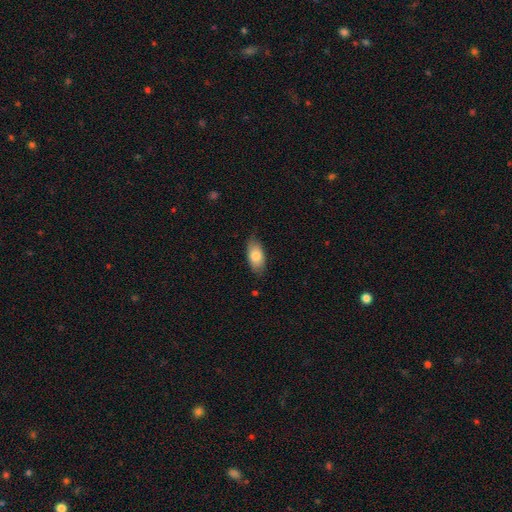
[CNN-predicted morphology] Smooth or featured? smooth (80%)
How rounded? in between (91%)
Merging? none (76%)